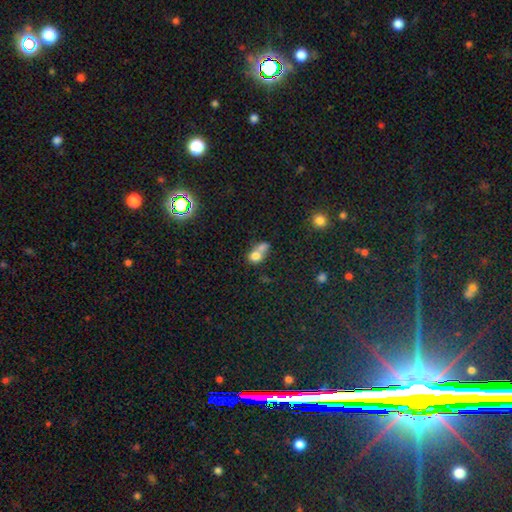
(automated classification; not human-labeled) This is likely a smooth galaxy (74%). How rounded: likely round (63%). Merging: likely merger (67%).